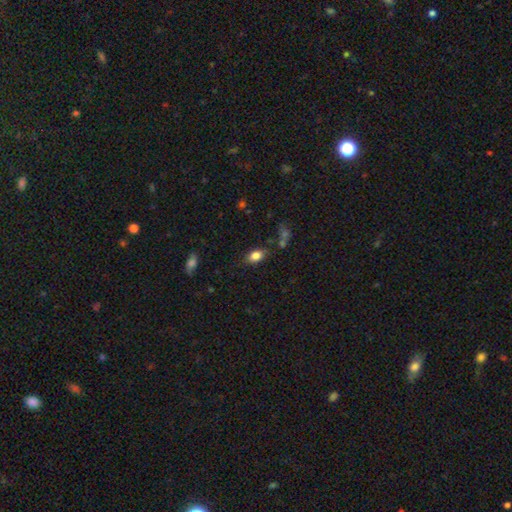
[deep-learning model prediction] The model was most divided on "merging": none: 78%, minor disturbance: 14%, merger: 4%, major disturbance: 4%. More confident: how rounded — in between (84%); smooth or featured — smooth (84%).